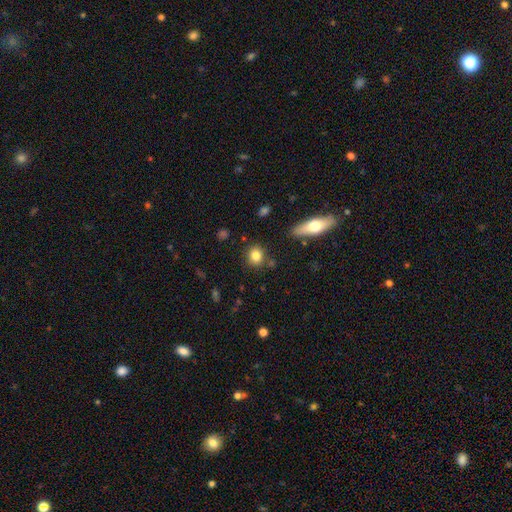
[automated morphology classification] Smooth or featured?
  - smooth: 82% *
  - star or artifact: 9%
  - featured or disk: 8%
How rounded?
  - round: 74% *
  - in between: 24%
  - cigar-shaped: 2%
Merging?
  - none: 83% *
  - minor disturbance: 10%
  - merger: 4%
  - major disturbance: 3%